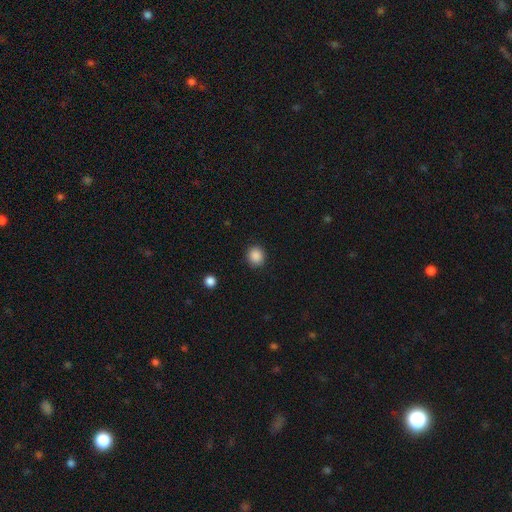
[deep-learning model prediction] smooth 88%, star or artifact 9%, featured or disk 3%. Down the decision tree: how rounded — round (83%); merging — none (90%).